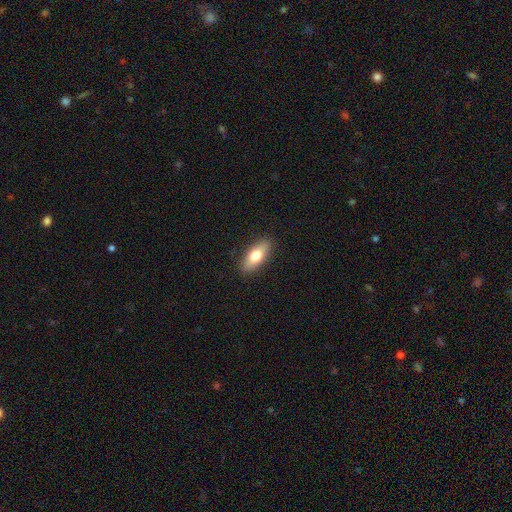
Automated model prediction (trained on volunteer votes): smooth-or-featured: smooth: 72% | featured or disk: 21% | star or artifact: 6%
  how-rounded: in between: 76% | cigar-shaped: 20% | round: 3%
  merging: none: 89% | minor disturbance: 8% | major disturbance: 2% | merger: 1%